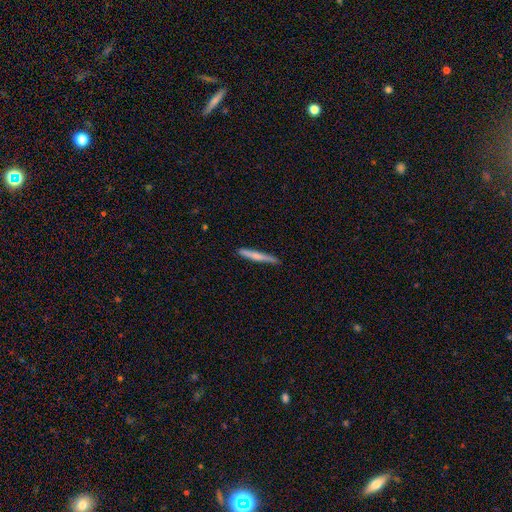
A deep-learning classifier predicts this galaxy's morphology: smooth 63%, featured or disk 32%, star or artifact 5%. Down the decision tree: how rounded — cigar-shaped (96%); merging — none (85%).